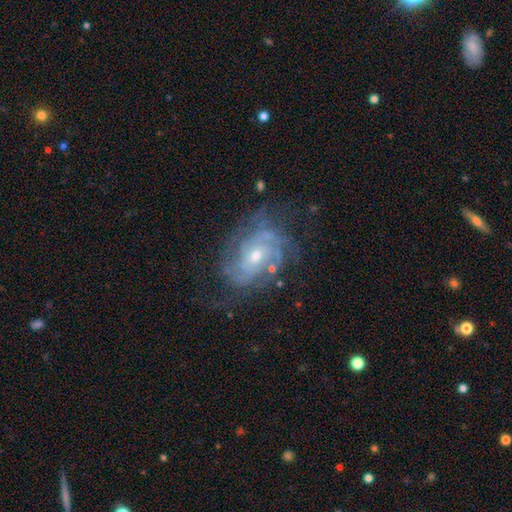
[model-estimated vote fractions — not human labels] This appears to be a featured or disk galaxy (87%) with no bar (66%), tight (62%) spiral arms (95%) and a small central bulge (51%). Merging: none (66%).